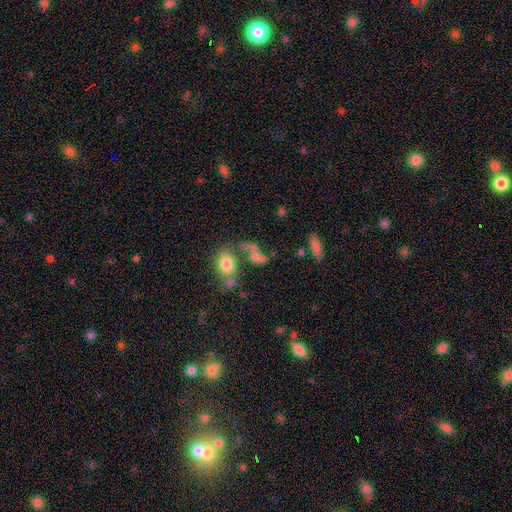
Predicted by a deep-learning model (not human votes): Morphology: type=smooth (55%); roundness=in between (68%); merging=merger (42%).